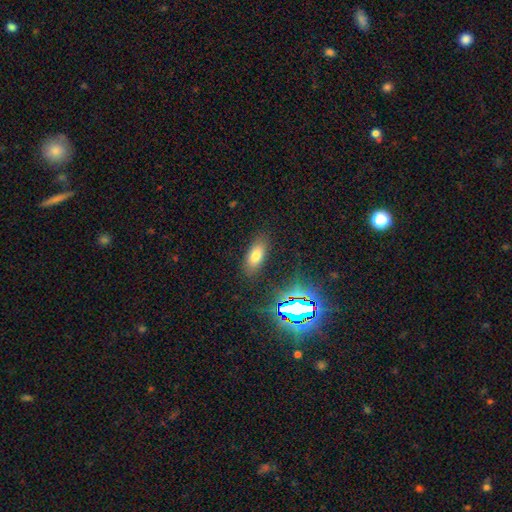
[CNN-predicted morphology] This appears to be a smooth galaxy with no disk features (71%) that is in between round and cigar-shaped (81%). Merging: none (85%).